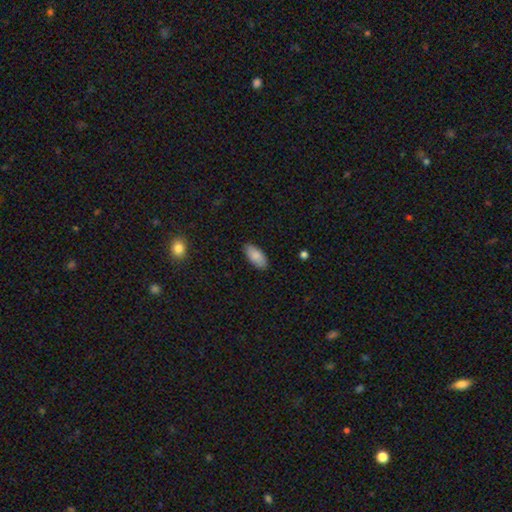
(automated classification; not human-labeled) smooth 87%, featured or disk 7%, star or artifact 6%. Down the decision tree: how rounded — in between (91%); merging — none (86%).